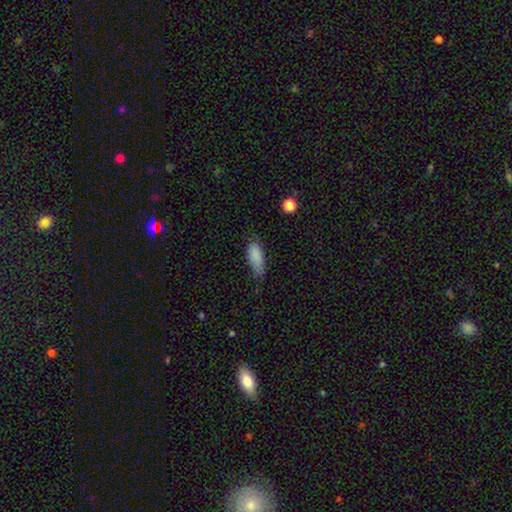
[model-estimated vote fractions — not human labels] Smooth or featured: smooth — 85% (star or artifact — 8%)
How rounded: in between — 78% (cigar-shaped — 20%)
Merging: none — 56% (minor disturbance — 33%)